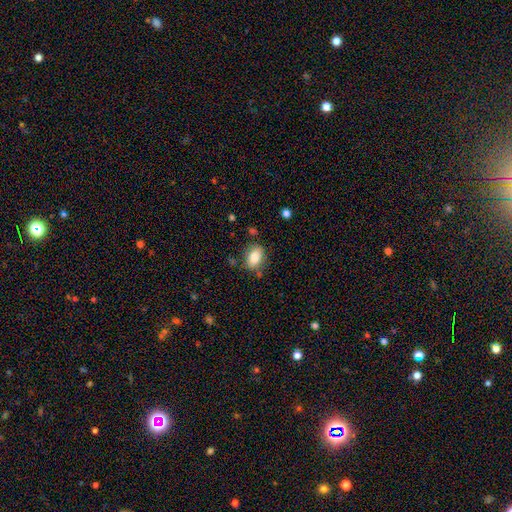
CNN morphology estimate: Smooth or featured: smooth — 82% (featured or disk — 10%)
How rounded: in between — 83% (round — 15%)
Merging: none — 78% (minor disturbance — 14%)